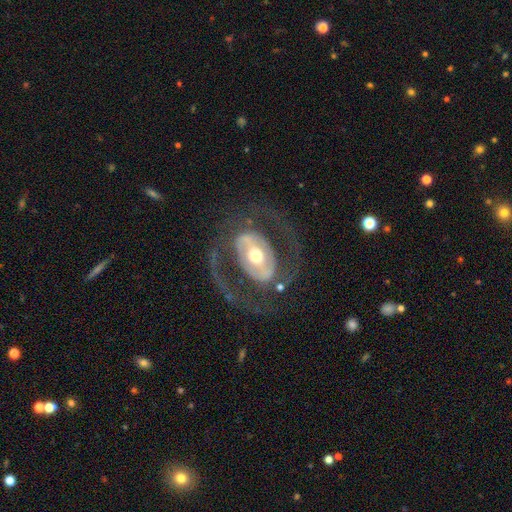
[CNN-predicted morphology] Smooth or featured? Predicted: featured or disk (p=0.81). Edge-on disk? Predicted: no (p=0.95). Bar? Predicted: strong (p=0.37). Spiral arms? Predicted: yes (p=0.63). Bulge size? Predicted: moderate (p=0.69). Merging? Predicted: none (p=0.68).